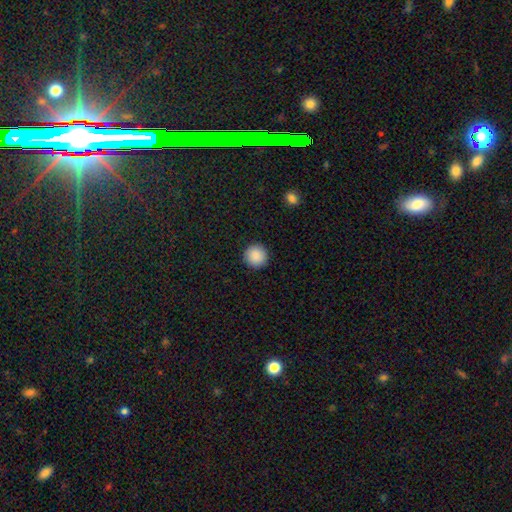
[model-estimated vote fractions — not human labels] smooth_or_featured: smooth (p=0.90) [alt: star or artifact p=0.08]
how_rounded: round (p=0.96) [alt: in between p=0.03]
merging: none (p=0.93) [alt: minor disturbance p=0.05]